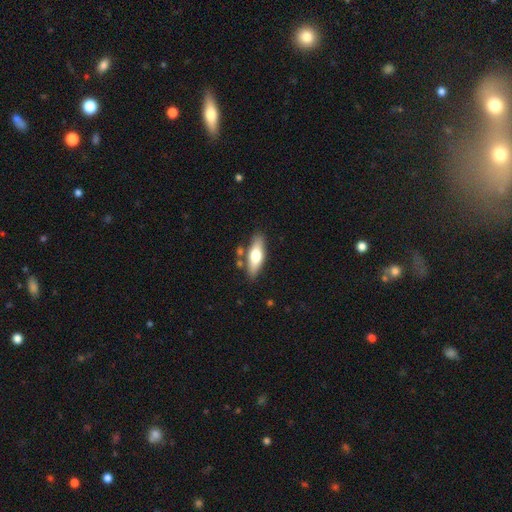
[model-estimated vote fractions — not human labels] smooth 60%, featured or disk 34%, star or artifact 6%. Down the decision tree: how rounded — in between (56%); merging — none (78%).